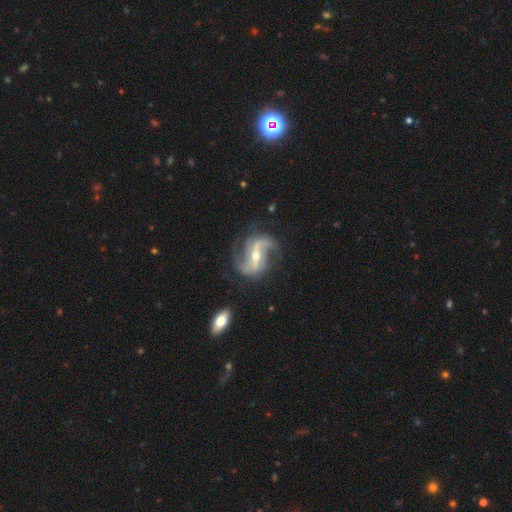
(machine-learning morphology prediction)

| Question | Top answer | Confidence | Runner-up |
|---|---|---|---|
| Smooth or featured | featured or disk | 90% | star or artifact (6%) |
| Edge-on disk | no | 97% | yes (3%) |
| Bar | strong | 48% | weak (34%) |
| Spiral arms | yes | 97% | no (3%) |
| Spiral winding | loose | 56% | medium (34%) |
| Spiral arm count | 2 | 81% | 3 (8%) |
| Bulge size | moderate | 50% | small (46%) |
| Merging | none | 70% | minor disturbance (18%) |